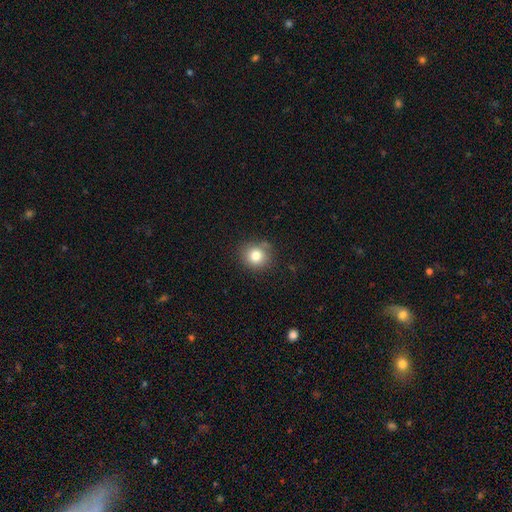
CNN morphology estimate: Smooth or featured? Predicted: smooth (p=0.81). How rounded? Predicted: round (p=0.86). Merging? Predicted: none (p=0.81).